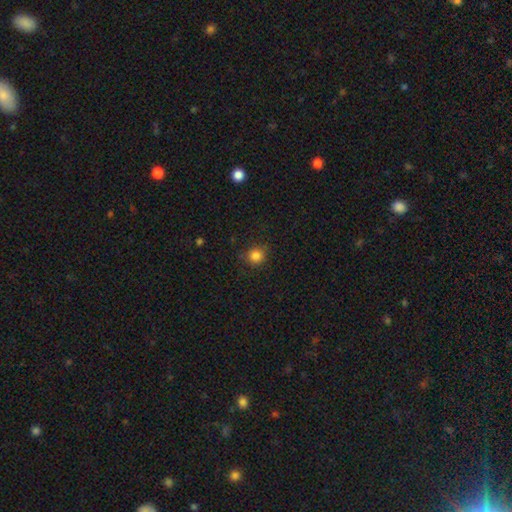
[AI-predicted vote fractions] Smooth or featured: smooth — 84% (star or artifact — 12%)
How rounded: round — 90% (in between — 9%)
Merging: none — 86% (minor disturbance — 10%)